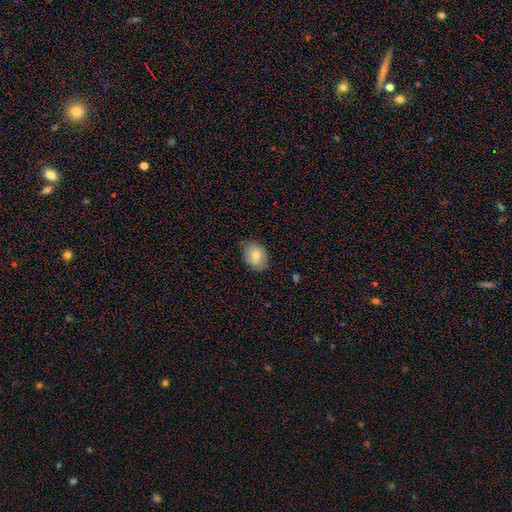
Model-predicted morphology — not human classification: smooth-or-featured: smooth: 73% | featured or disk: 19% | star or artifact: 8%
  how-rounded: in between: 64% | round: 35% | cigar-shaped: 1%
  merging: none: 74% | minor disturbance: 22% | major disturbance: 4% | merger: 1%